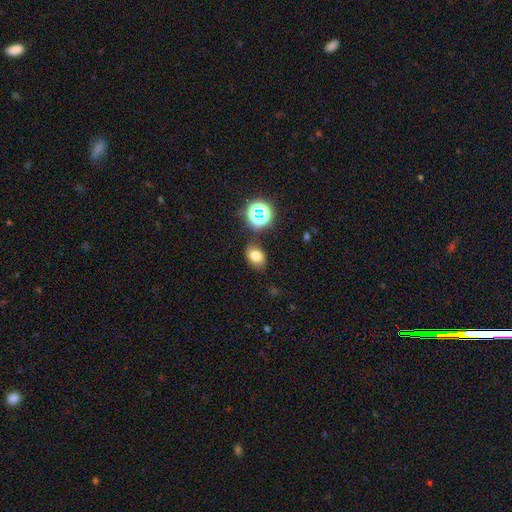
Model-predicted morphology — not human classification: The model was most divided on "how rounded": in between: 73%, round: 26%, cigar-shaped: 1%. More confident: merging — none (80%); smooth or featured — smooth (73%).